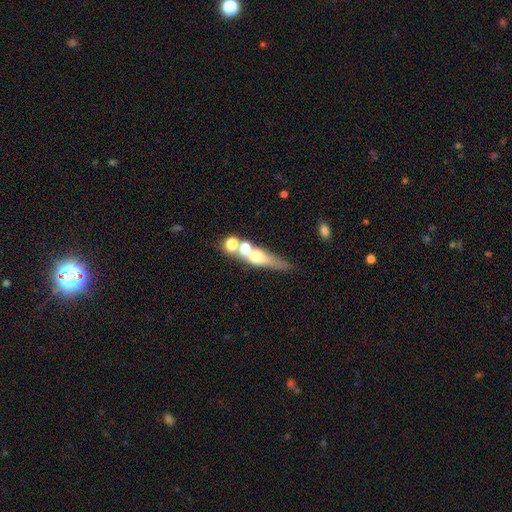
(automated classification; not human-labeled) Q: Smooth or featured?
A: smooth (44%); runner-up: featured or disk (43%)
Q: Merging?
A: none (46%); runner-up: merger (36%)